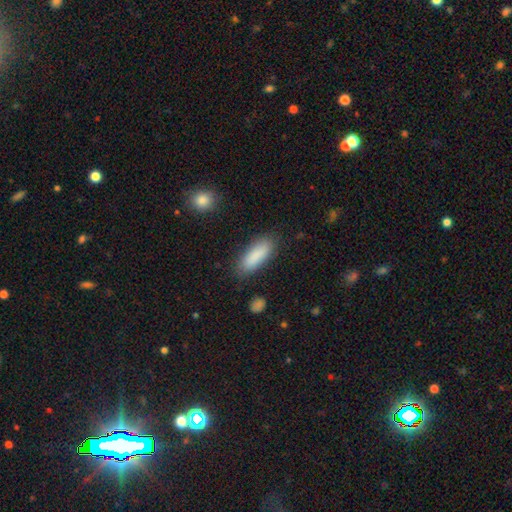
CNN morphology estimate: This is clearly a smooth galaxy (87%). How rounded: likely in between (61%). Merging: clearly none (83%).